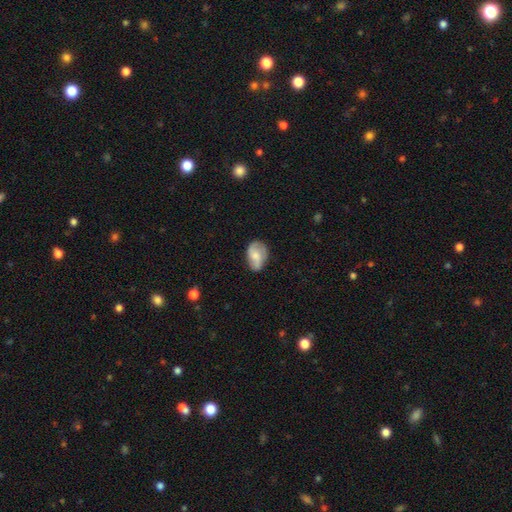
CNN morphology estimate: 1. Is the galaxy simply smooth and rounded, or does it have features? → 49% smooth, 44% featured or disk, 7% star or artifact.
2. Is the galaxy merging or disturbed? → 61% none, 29% minor disturbance, 9% major disturbance, 2% merger.